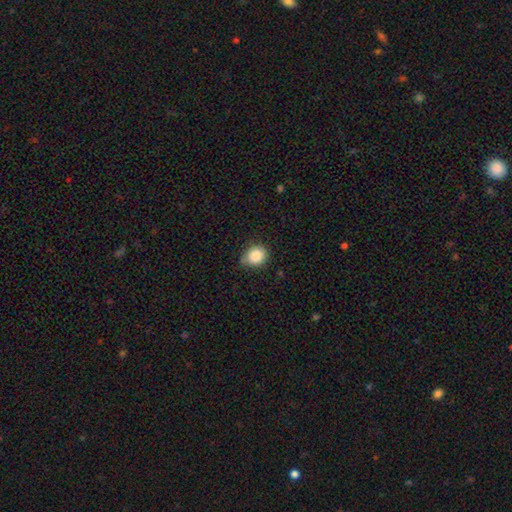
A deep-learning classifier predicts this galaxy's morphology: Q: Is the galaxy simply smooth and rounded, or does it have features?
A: smooth — 85%.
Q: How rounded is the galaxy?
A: round — 64%.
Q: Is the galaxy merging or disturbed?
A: none — 66%.